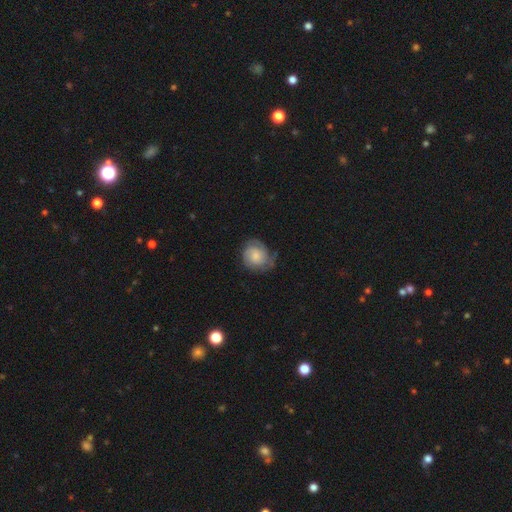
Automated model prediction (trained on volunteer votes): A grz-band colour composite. It shows a featured or disk galaxy (56%) with no bar (78%), spiral arms (89%) and a small central bulge (47%). Merging: none (62%).